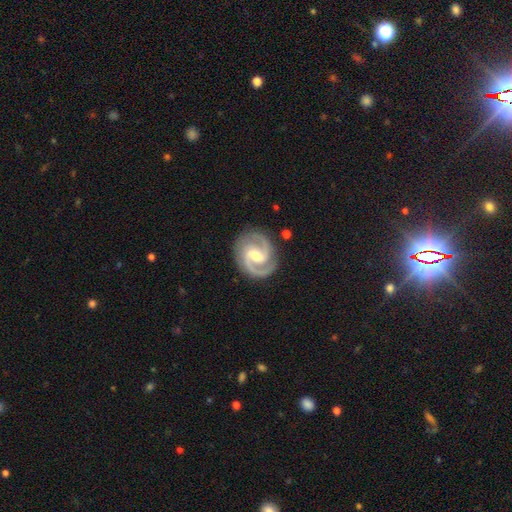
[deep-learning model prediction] smooth-or-featured: featured or disk: 93% | smooth: 4% | star or artifact: 4%
  disk-edge-on: no: 98% | yes: 2%
    bar: weak: 50% | strong: 26% | no: 24%
    has-spiral-arms: yes: 98% | no: 2%
      spiral-winding: medium: 53% | tight: 41% | loose: 6%
      spiral-arm-count: 2: 91% | 3: 4% | can't tell: 2% | 1: 1% | 4: 1% | more than 4: 1%
    bulge-size: moderate: 58% | small: 37% | large: 3% | none: 1% | dominant: 1%
  merging: none: 85% | minor disturbance: 11% | major disturbance: 3% | merger: 1%